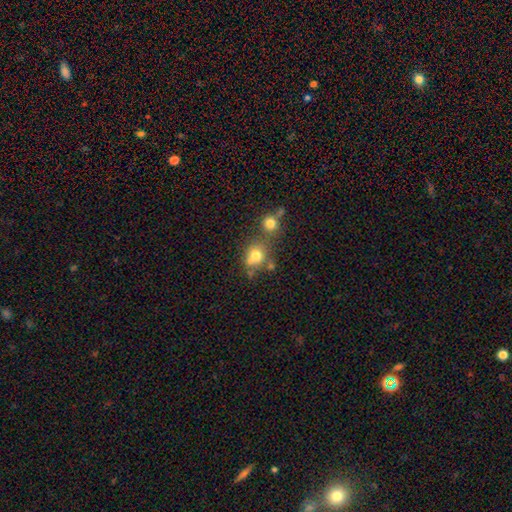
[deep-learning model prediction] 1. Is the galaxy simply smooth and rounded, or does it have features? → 71% smooth, 15% star or artifact, 14% featured or disk.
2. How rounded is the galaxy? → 77% round, 22% in between, 1% cigar-shaped.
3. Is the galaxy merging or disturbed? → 46% none, 37% merger, 11% minor disturbance, 6% major disturbance.